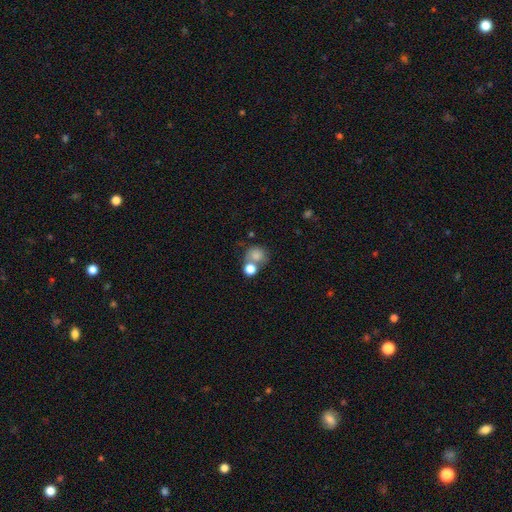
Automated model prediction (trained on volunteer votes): This is likely a smooth galaxy (79%). How rounded: likely round (76%). Merging: marginally none (41%, tied with merger).